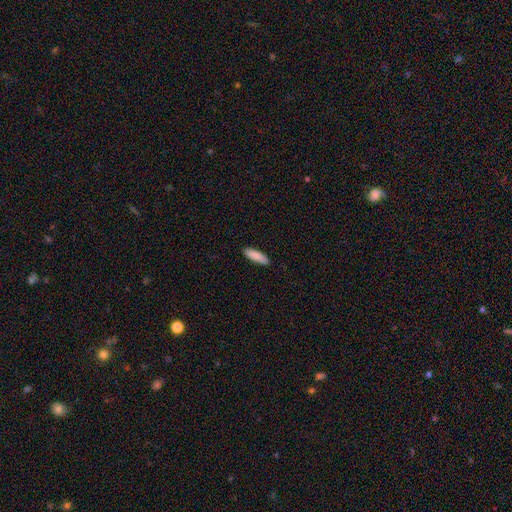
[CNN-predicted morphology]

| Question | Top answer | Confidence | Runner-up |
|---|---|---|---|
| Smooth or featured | smooth | 89% | featured or disk (6%) |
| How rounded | cigar-shaped | 58% | in between (40%) |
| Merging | none | 89% | minor disturbance (9%) |